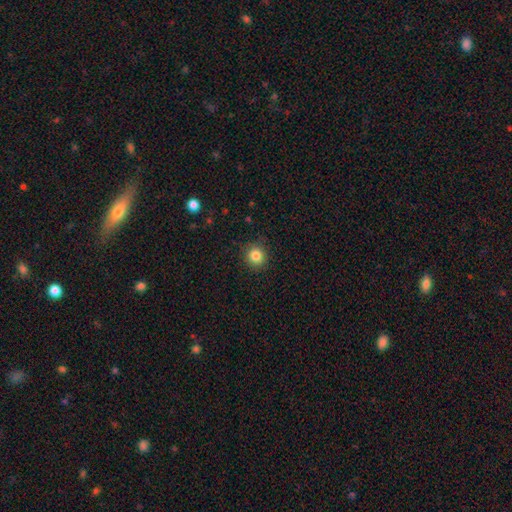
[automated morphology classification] A smooth galaxy with no disk features (84%) that is round (92%). Merging: none (89%).